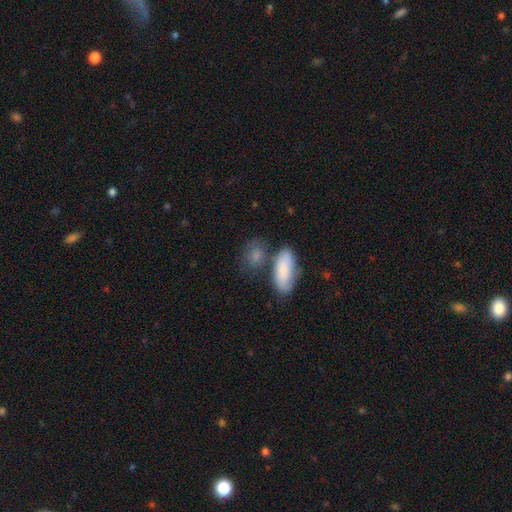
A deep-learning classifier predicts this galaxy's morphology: A smooth galaxy with no disk features (78%) that is in between round and cigar-shaped (71%). Merging: none (54%).